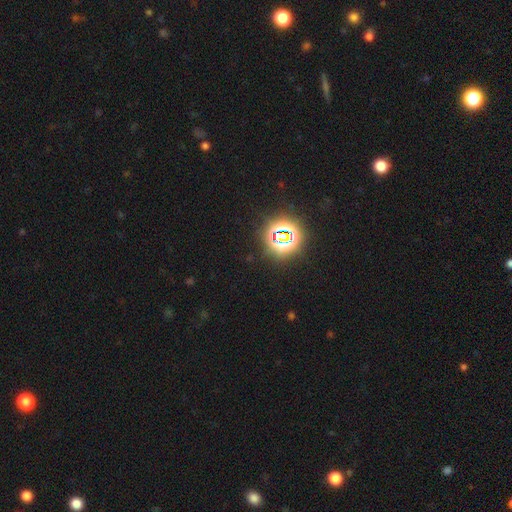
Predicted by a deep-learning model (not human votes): smooth_or_featured: star or artifact (p=0.79) [alt: smooth p=0.14]